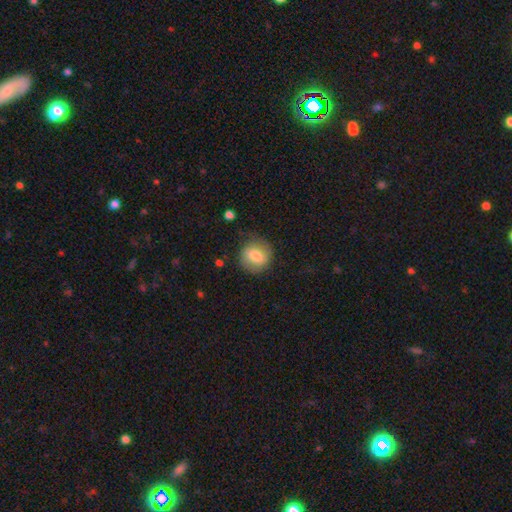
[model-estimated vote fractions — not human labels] A smooth galaxy with no disk features (71%) that is round (83%). Merging: none (76%).